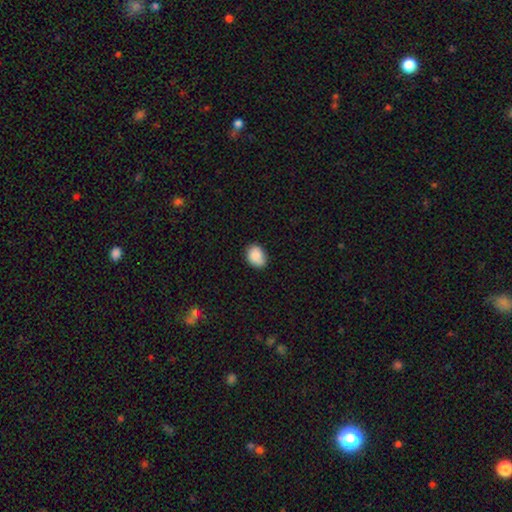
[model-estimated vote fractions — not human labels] smooth-or-featured: smooth: 86% | star or artifact: 8% | featured or disk: 7%
  how-rounded: in between: 64% | round: 35% | cigar-shaped: 1%
  merging: none: 78% | minor disturbance: 18% | major disturbance: 3% | merger: 1%